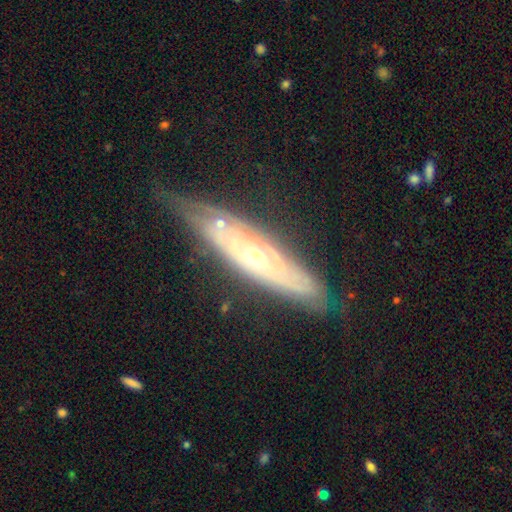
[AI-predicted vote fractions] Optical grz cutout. It shows a featured or disk galaxy (78%). Merging: none (64%).